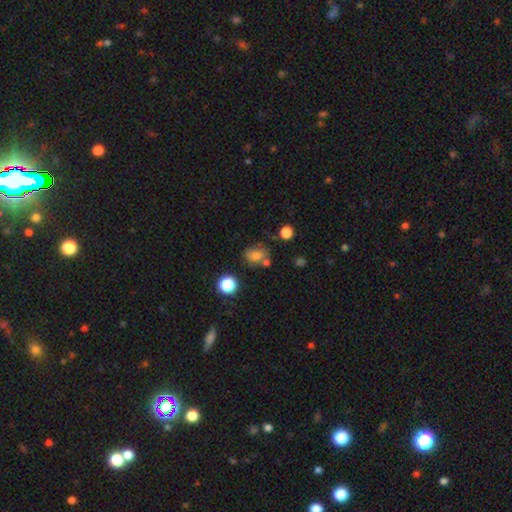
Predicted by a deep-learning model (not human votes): Q: Smooth or featured?
A: smooth (73%); runner-up: star or artifact (15%)
Q: How rounded?
A: in between (55%); runner-up: round (44%)
Q: Merging?
A: none (56%); runner-up: minor disturbance (20%)